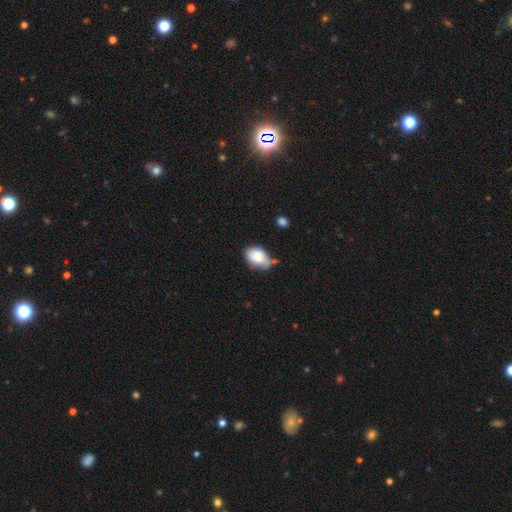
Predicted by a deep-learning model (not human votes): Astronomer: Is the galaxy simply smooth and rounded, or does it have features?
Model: smooth — 80%.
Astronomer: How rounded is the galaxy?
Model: in between — 86%.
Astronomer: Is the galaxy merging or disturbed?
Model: none — 46% (runner-up: minor disturbance, 36%).